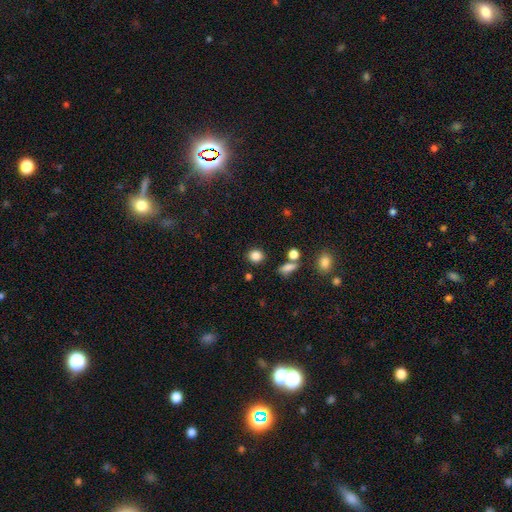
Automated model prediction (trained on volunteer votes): Smooth or featured: smooth — 84% (star or artifact — 11%)
How rounded: round — 78% (in between — 20%)
Merging: none — 85% (minor disturbance — 8%)